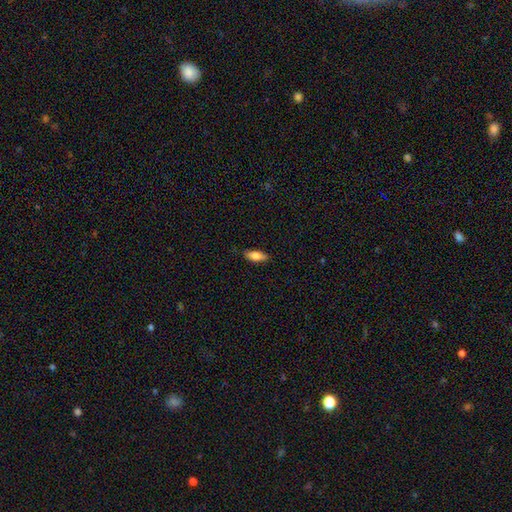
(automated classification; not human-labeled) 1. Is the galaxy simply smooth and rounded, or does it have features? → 80% smooth, 13% featured or disk, 7% star or artifact.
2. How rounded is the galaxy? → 75% in between, 23% cigar-shaped, 2% round.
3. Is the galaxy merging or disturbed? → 85% none, 12% minor disturbance, 2% major disturbance, 1% merger.